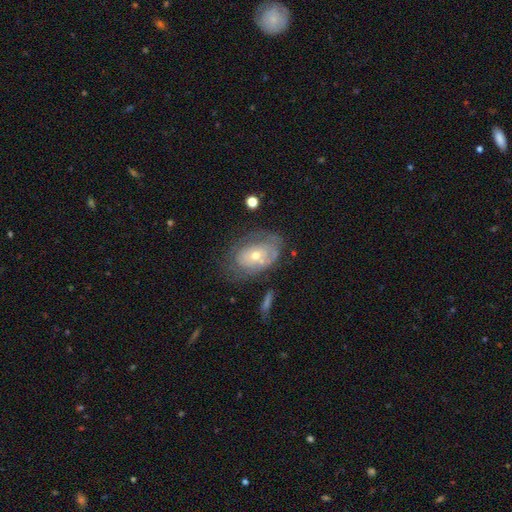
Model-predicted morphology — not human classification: Overall: featured or disk (64%; smooth 29%). Edge-on disk: no (93%). Bar: no (81%). Spiral arms: yes (60%; no 40%). Bulge size: moderate (50%; small 45%). Merging: none (55%; minor disturbance 25%).